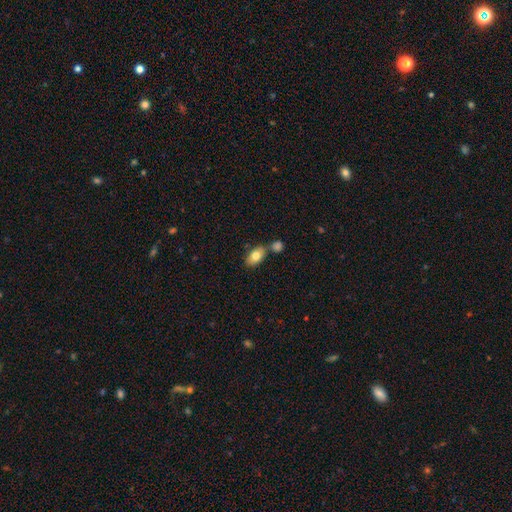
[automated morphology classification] A smooth galaxy with no disk features (79%) that is in between round and cigar-shaped (90%). Merging: none (61%).